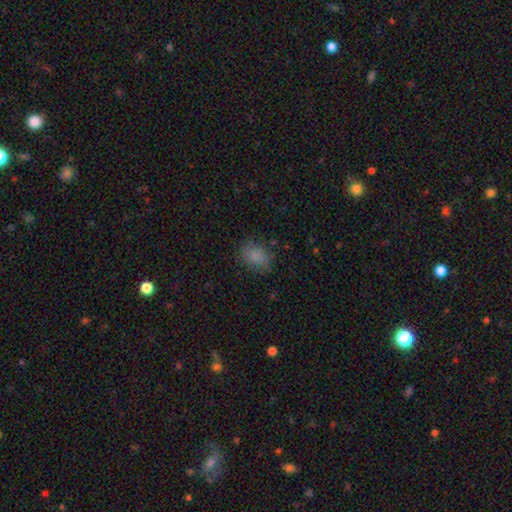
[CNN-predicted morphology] A smooth galaxy with no disk features (83%) that is in between round and cigar-shaped (72%).

Vote fractions:
- Smooth or featured? smooth: 83% / star or artifact: 11% / featured or disk: 6%
- How rounded? in between: 72% / round: 26% / cigar-shaped: 1%
- Merging? none: 76% / minor disturbance: 17% / major disturbance: 5% / merger: 1%